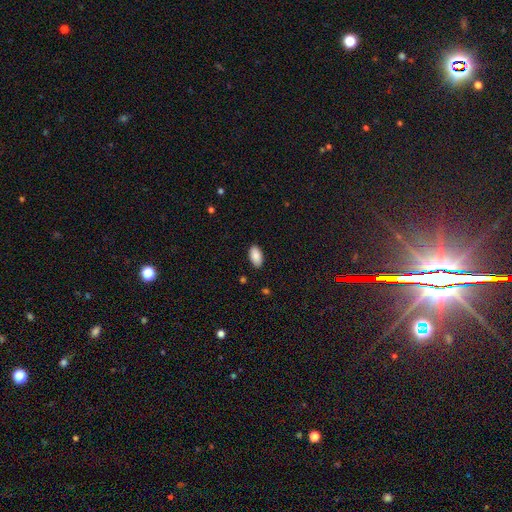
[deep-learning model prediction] This is clearly a smooth galaxy (90%). How rounded: clearly in between (95%). Merging: clearly none (88%).